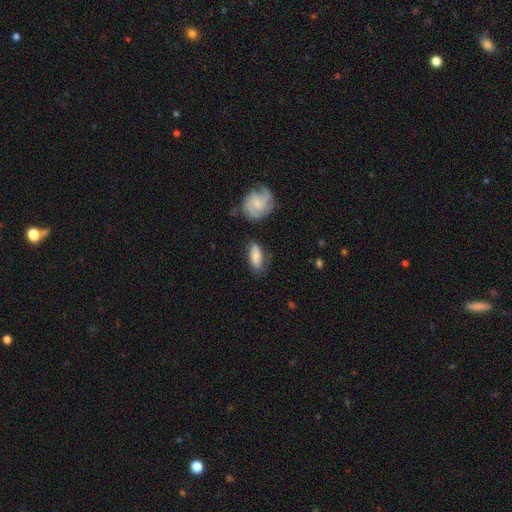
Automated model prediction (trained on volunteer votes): This appears to be a smooth galaxy with no disk features (77%) that is in between round and cigar-shaped (81%). Merging: none (70%).